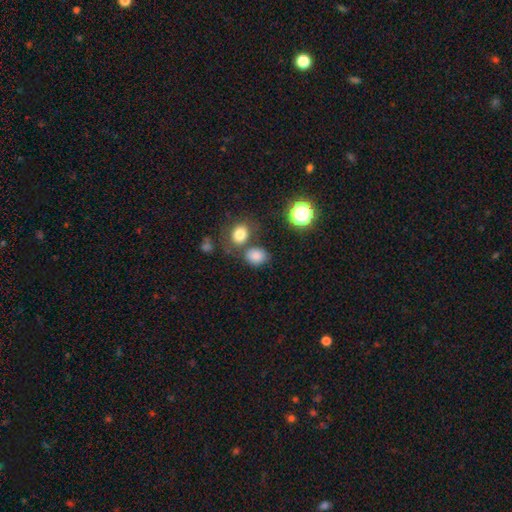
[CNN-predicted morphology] smooth 81%, star or artifact 13%, featured or disk 6%. Down the decision tree: how rounded — in between (51%); merging — none (63%).